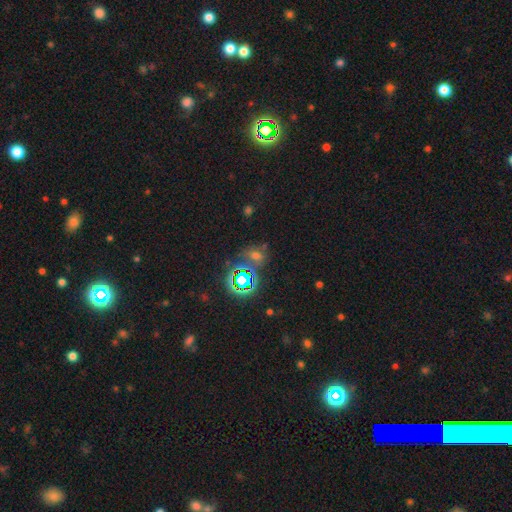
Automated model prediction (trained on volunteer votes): Morphology: type=star or artifact (54%).